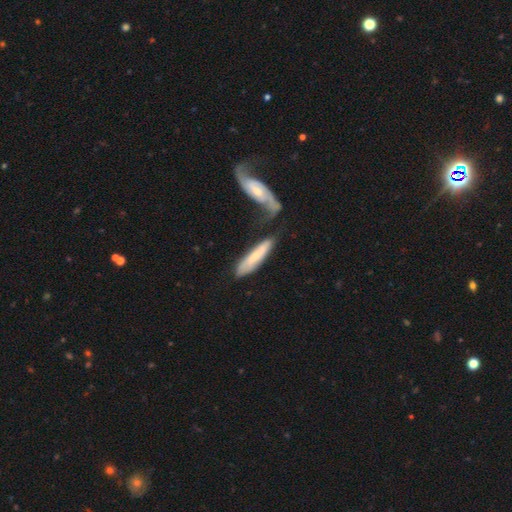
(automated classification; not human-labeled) Smooth or featured? Predicted: smooth (p=0.61). How rounded? Predicted: cigar-shaped (p=0.79). Merging? Predicted: none (p=0.45).